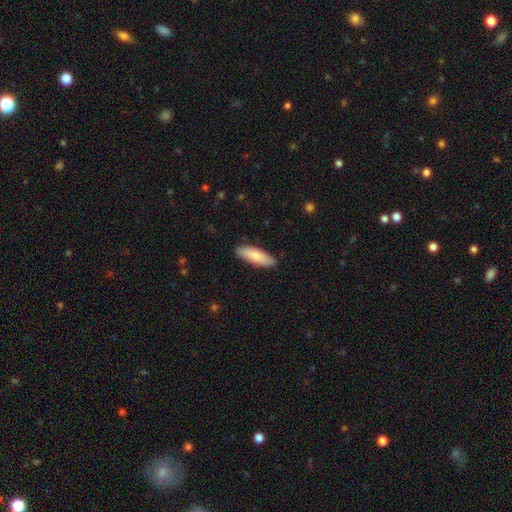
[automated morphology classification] Q: Smooth or featured?
A: smooth (81%); runner-up: featured or disk (14%)
Q: How rounded?
A: in between (54%); runner-up: cigar-shaped (44%)
Q: Merging?
A: none (88%); runner-up: minor disturbance (10%)